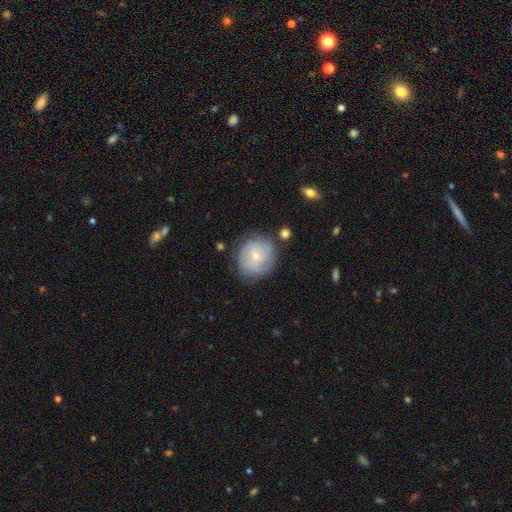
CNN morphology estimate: A featured or disk galaxy (52%) with no bar (73%), spiral arms (77%) and a small central bulge (69%).

Vote fractions:
- Smooth or featured? featured or disk: 52% / smooth: 41% / star or artifact: 7%
- Edge-on disk? no: 97% / yes: 3%
- Bar? no: 73% / weak: 24% / strong: 3%
- Spiral arms? yes: 77% / no: 23%
- Bulge size? small: 69% / moderate: 25% / none: 3% / large: 1% / dominant: 1%
- Merging? none: 70% / minor disturbance: 19% / major disturbance: 7% / merger: 3%